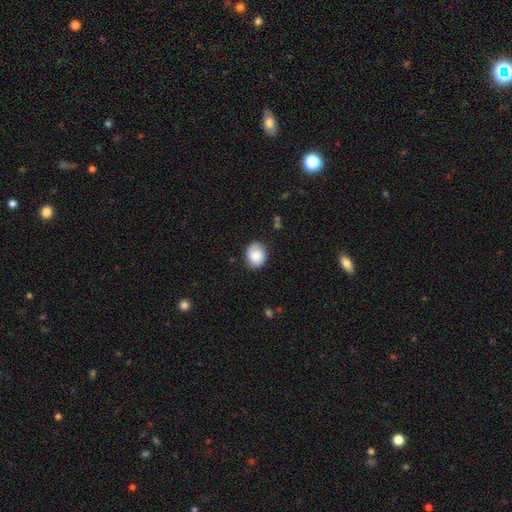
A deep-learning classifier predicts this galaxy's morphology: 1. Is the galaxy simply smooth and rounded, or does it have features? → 82% smooth, 11% featured or disk, 7% star or artifact.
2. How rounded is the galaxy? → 54% round, 45% in between, 1% cigar-shaped.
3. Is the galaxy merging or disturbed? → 82% none, 13% minor disturbance, 3% major disturbance, 1% merger.